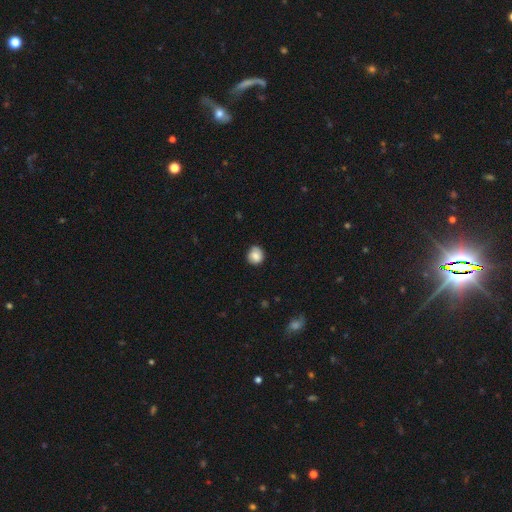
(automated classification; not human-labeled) Smooth or featured?
  - smooth: 81% *
  - featured or disk: 11%
  - star or artifact: 9%
How rounded?
  - round: 83% *
  - in between: 16%
  - cigar-shaped: 1%
Merging?
  - none: 77% *
  - minor disturbance: 18%
  - major disturbance: 3%
  - merger: 1%